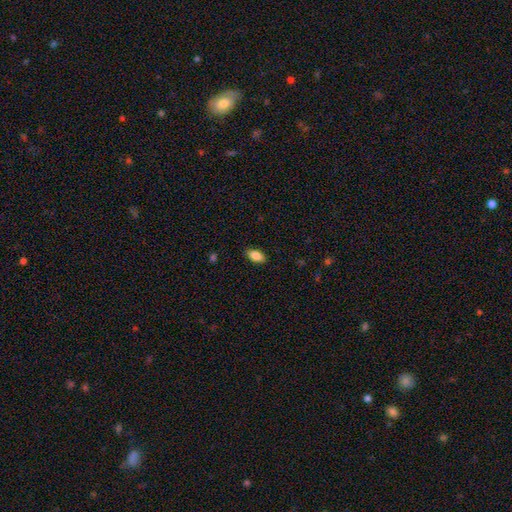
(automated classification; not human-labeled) Q: Smooth or featured?
A: smooth (85%); runner-up: star or artifact (7%)
Q: How rounded?
A: in between (91%); runner-up: cigar-shaped (5%)
Q: Merging?
A: none (87%); runner-up: minor disturbance (10%)